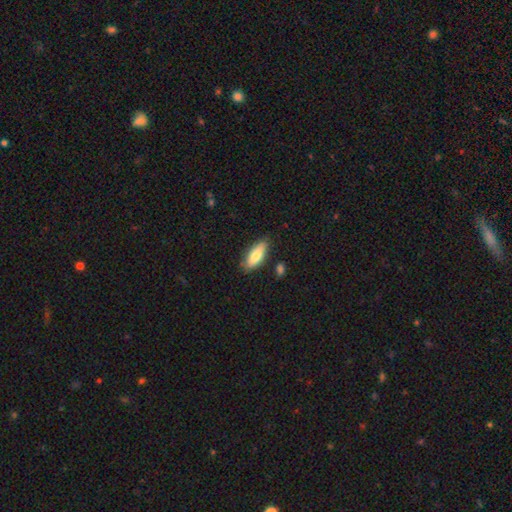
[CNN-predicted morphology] Smooth or featured?
  - smooth: 79% *
  - featured or disk: 15%
  - star or artifact: 6%
How rounded?
  - in between: 72% *
  - cigar-shaped: 25%
  - round: 2%
Merging?
  - none: 79% *
  - minor disturbance: 15%
  - merger: 3%
  - major disturbance: 3%